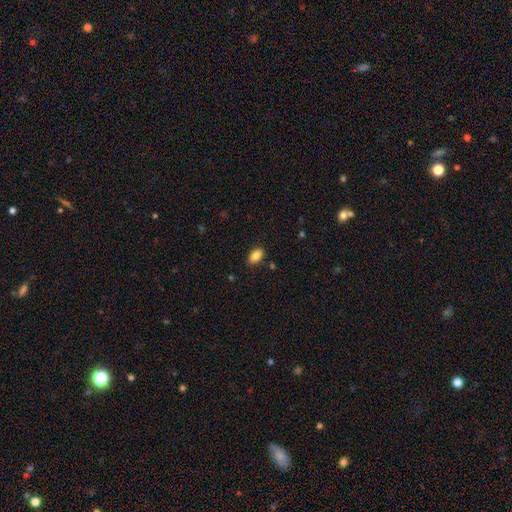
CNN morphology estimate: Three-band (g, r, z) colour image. It shows a smooth galaxy with no disk features (87%) that is in between round and cigar-shaped (90%). Merging: none (87%).